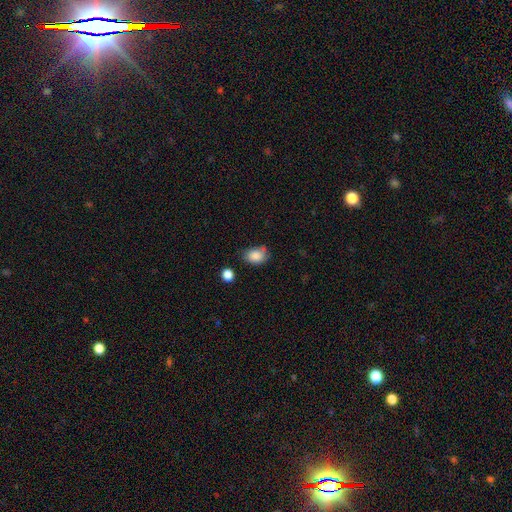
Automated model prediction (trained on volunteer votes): Smooth or featured: smooth — 84% (star or artifact — 9%)
How rounded: in between — 75% (round — 24%)
Merging: none — 56% (minor disturbance — 31%)